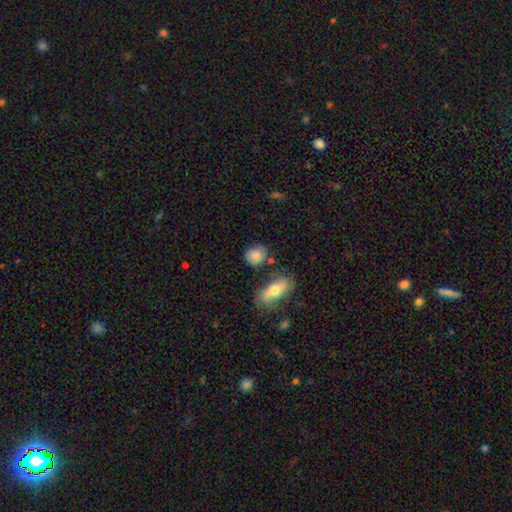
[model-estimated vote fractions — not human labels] A smooth galaxy with no disk features (80%) that is round (68%). Merging: none (70%).